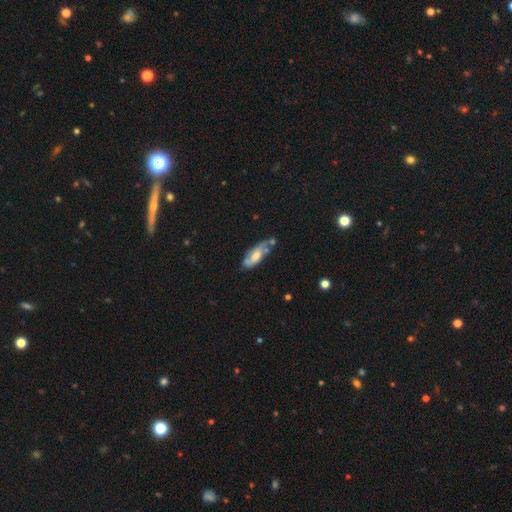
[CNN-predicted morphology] This appears to be a featured or disk galaxy (50%). Merging: none (52%).